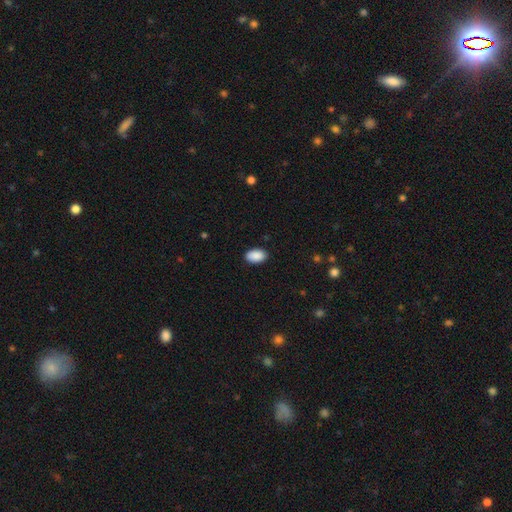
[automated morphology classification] The model was most divided on "merging": none: 89%, minor disturbance: 8%, major disturbance: 2%, merger: 1%. More confident: how rounded — in between (93%); smooth or featured — smooth (91%).